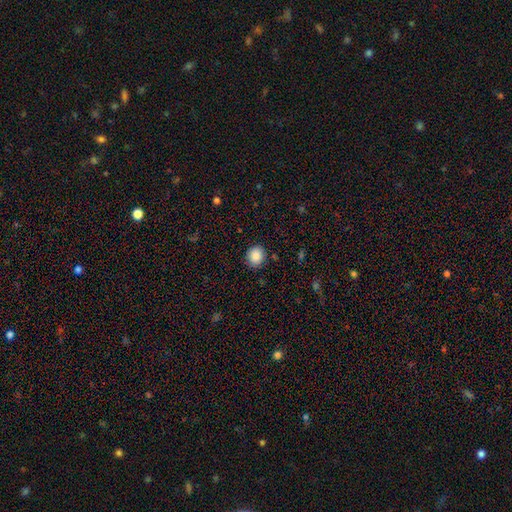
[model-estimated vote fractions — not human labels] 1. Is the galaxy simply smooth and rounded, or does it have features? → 88% smooth, 9% star or artifact, 3% featured or disk.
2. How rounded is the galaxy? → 76% round, 23% in between, 1% cigar-shaped.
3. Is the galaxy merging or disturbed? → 89% none, 8% minor disturbance, 2% major disturbance, 1% merger.